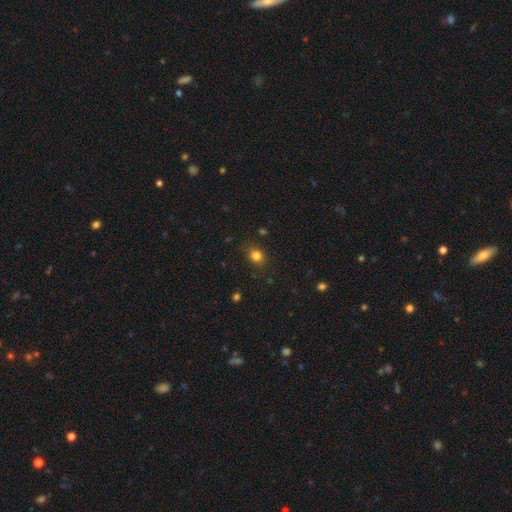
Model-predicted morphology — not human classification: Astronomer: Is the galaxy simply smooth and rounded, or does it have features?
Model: smooth — 81%.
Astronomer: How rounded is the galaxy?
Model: round — 58% (runner-up: in between, 41%).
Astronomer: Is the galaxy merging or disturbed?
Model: none — 83%.